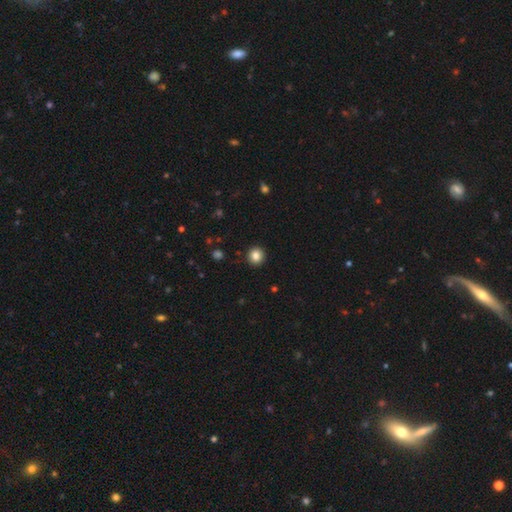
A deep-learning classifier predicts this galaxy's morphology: This is clearly a smooth galaxy (84%). How rounded: clearly round (93%). Merging: clearly none (92%).